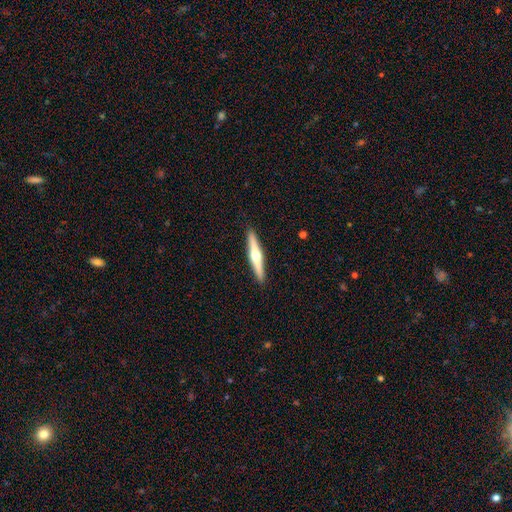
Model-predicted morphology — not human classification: This is likely a featured or disk galaxy (65%). It is clearly viewed edge-on (98%). Edge-on bulge: clearly rounded (94%). Merging: clearly none (92%).